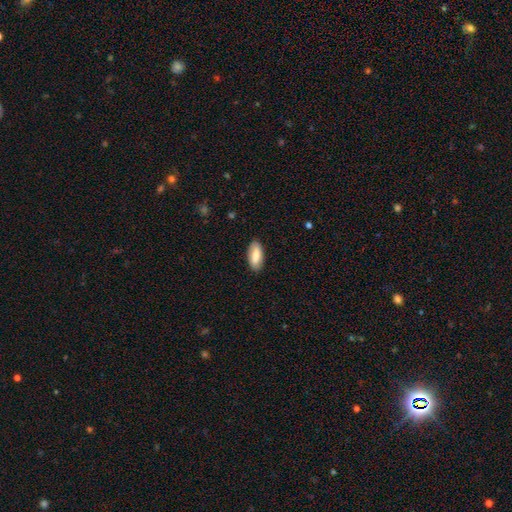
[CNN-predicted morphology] A smooth galaxy with no disk features (83%) that is in between round and cigar-shaped (85%). Merging: none (87%).